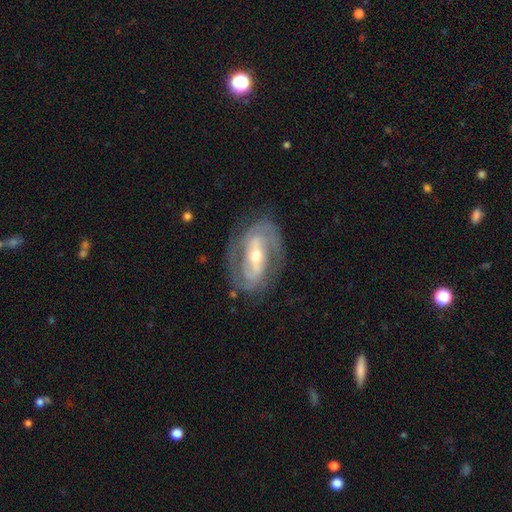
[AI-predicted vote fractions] featured or disk 86%, smooth 9%, star or artifact 5%. Down the decision tree: edge-on disk — no (95%); bar — strong (52%); spiral arms — yes (90%); spiral arm count — 2 (82%); spiral winding — tight (43%, tied with medium); bulge size — moderate (58%); merging — none (77%).